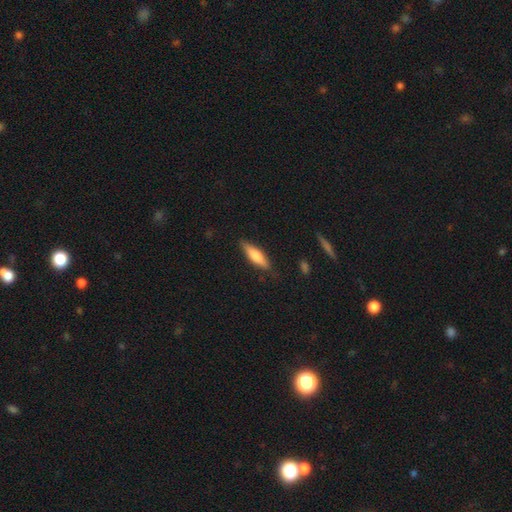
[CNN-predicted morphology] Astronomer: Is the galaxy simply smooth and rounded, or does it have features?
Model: smooth — 68%.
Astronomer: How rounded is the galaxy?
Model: cigar-shaped — 61% (runner-up: in between, 38%).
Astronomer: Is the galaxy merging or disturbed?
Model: none — 81%.